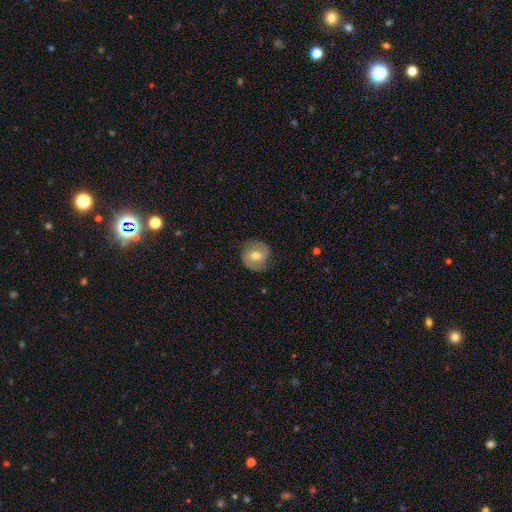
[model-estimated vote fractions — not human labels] Q: Smooth or featured?
A: smooth (52%); runner-up: featured or disk (40%)
Q: How rounded?
A: round (87%); runner-up: in between (11%)
Q: Merging?
A: none (82%); runner-up: minor disturbance (13%)